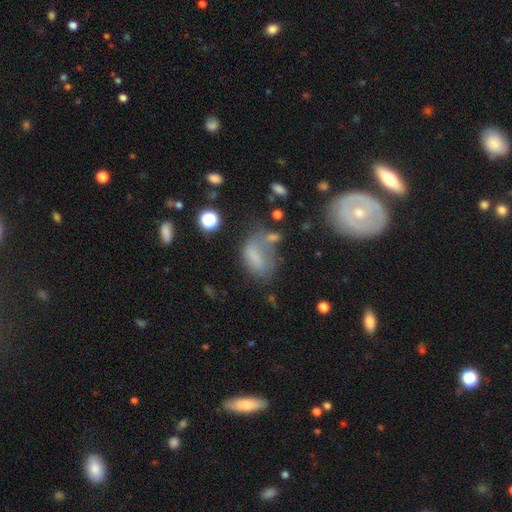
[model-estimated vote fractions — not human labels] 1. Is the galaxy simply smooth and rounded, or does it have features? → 64% smooth, 21% featured or disk, 15% star or artifact.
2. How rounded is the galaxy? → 82% in between, 12% round, 6% cigar-shaped.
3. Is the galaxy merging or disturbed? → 35% none, 28% major disturbance, 26% minor disturbance, 11% merger.